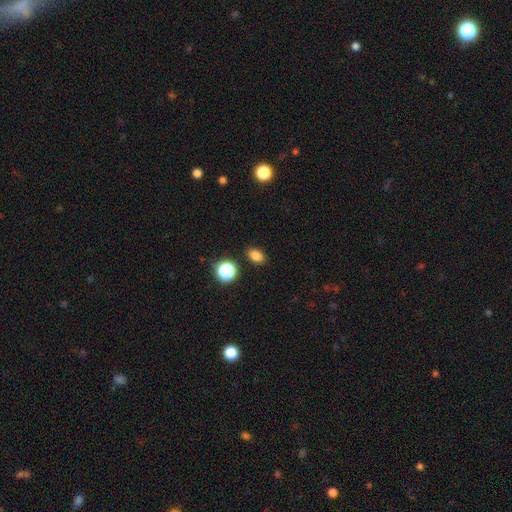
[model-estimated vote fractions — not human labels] Smooth or featured?
  - smooth: 81% *
  - star or artifact: 15%
  - featured or disk: 4%
How rounded?
  - in between: 78% *
  - round: 20%
  - cigar-shaped: 2%
Merging?
  - none: 87% *
  - minor disturbance: 9%
  - major disturbance: 2%
  - merger: 2%